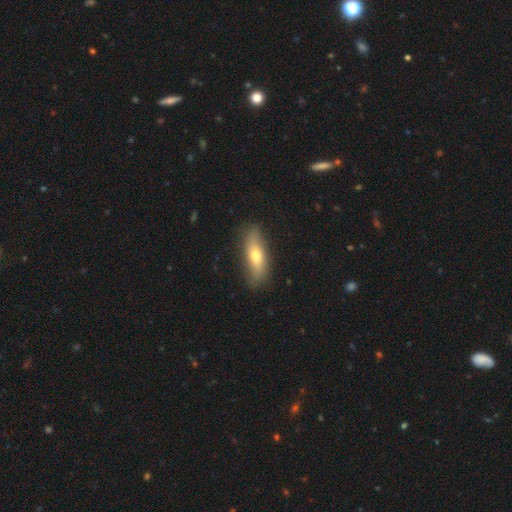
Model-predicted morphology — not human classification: This appears to be a smooth galaxy with no disk features (61%) that is cigar-shaped (52%). Merging: none (82%).